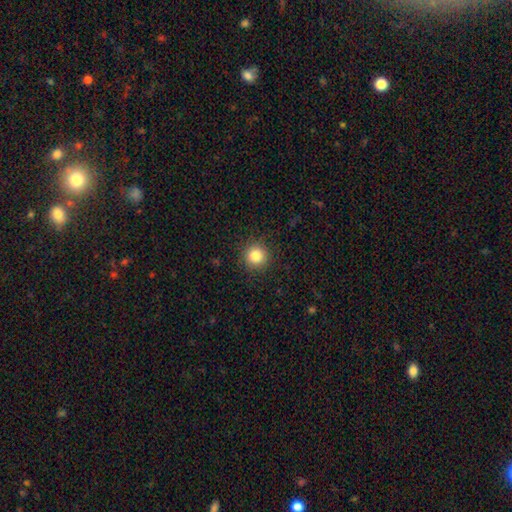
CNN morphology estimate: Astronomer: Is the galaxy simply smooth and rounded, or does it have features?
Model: smooth — 84%.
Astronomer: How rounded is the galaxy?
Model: round — 95%.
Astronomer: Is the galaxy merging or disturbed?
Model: none — 91%.